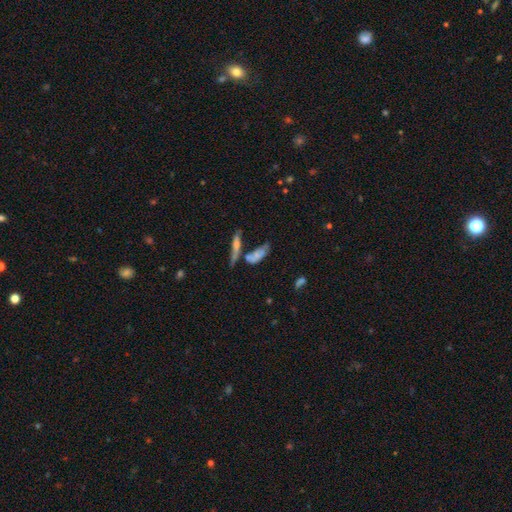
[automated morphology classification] Smooth or featured?
  - smooth: 54% *
  - featured or disk: 35%
  - star or artifact: 11%
How rounded?
  - in between: 64% *
  - cigar-shaped: 32%
  - round: 4%
Merging?
  - merger: 42% *
  - none: 30%
  - minor disturbance: 16%
  - major disturbance: 12%